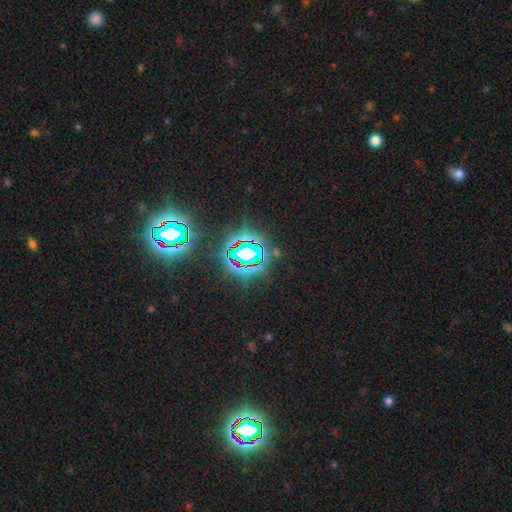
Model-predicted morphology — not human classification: Q: Smooth or featured?
A: star or artifact (83%); runner-up: smooth (10%)